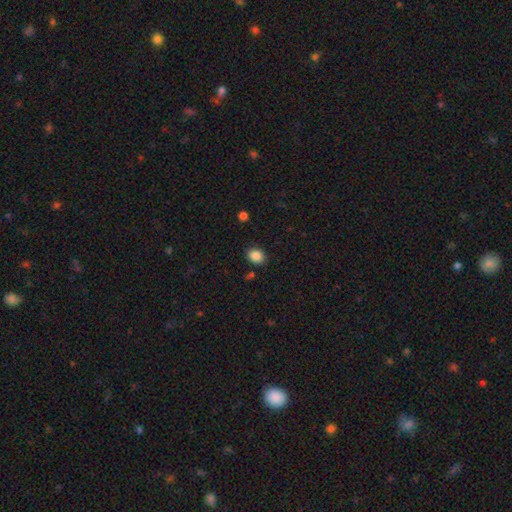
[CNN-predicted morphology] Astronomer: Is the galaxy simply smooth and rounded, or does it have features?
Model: smooth — 87%.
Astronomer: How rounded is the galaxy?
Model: in between — 51% (runner-up: round, 48%).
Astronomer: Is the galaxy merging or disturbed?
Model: none — 85%.